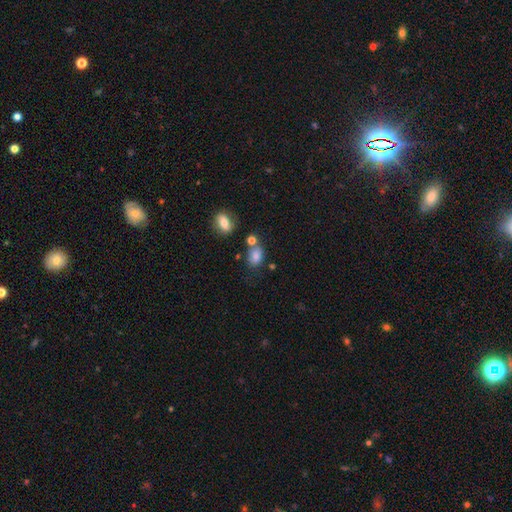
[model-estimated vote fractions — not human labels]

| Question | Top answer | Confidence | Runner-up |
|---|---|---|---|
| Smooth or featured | smooth | 80% | star or artifact (11%) |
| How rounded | in between | 75% | round (24%) |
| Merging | none | 57% | minor disturbance (20%) |